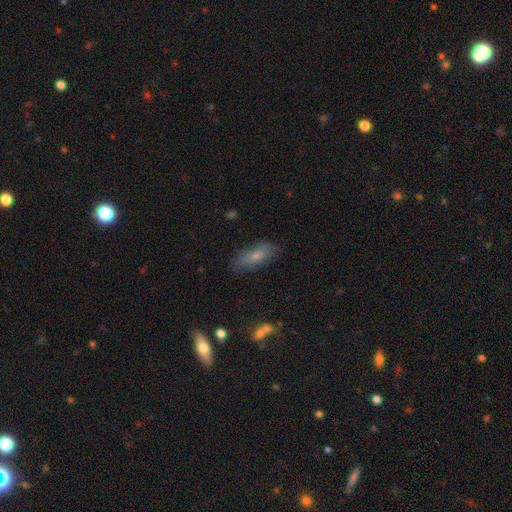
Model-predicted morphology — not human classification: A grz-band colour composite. It shows a smooth galaxy with no disk features (69%) that is in between round and cigar-shaped (65%). Merging: none (75%).